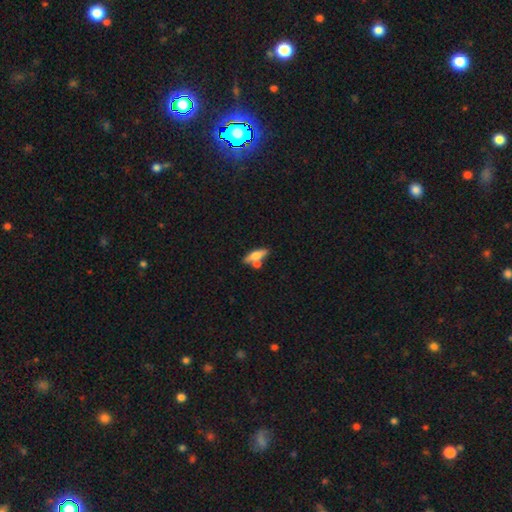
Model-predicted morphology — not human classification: Q: Smooth or featured?
A: smooth (60%); runner-up: featured or disk (33%)
Q: How rounded?
A: in between (49%); runner-up: cigar-shaped (47%)
Q: Merging?
A: none (57%); runner-up: merger (27%)